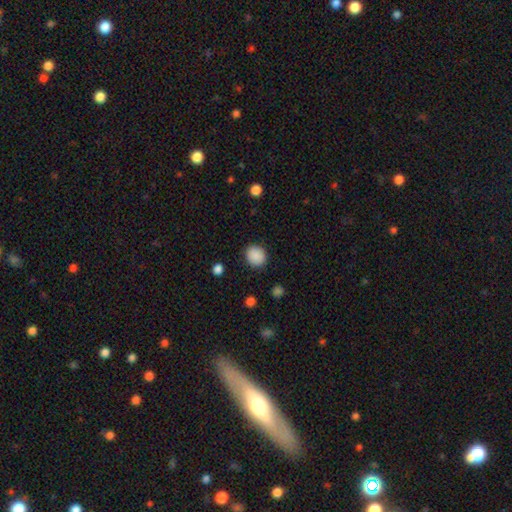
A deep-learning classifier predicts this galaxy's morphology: Smooth or featured? Predicted: smooth (p=0.88). How rounded? Predicted: round (p=0.70). Merging? Predicted: none (p=0.88).